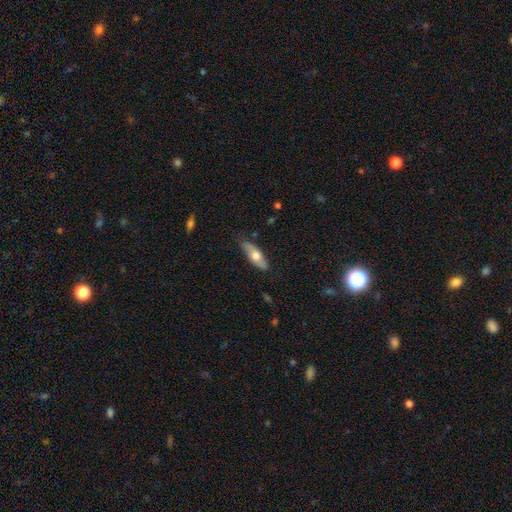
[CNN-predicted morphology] smooth-or-featured: smooth: 57% | featured or disk: 37% | star or artifact: 5%
  how-rounded: in between: 64% | cigar-shaped: 33% | round: 3%
  merging: none: 80% | minor disturbance: 16% | major disturbance: 3% | merger: 1%